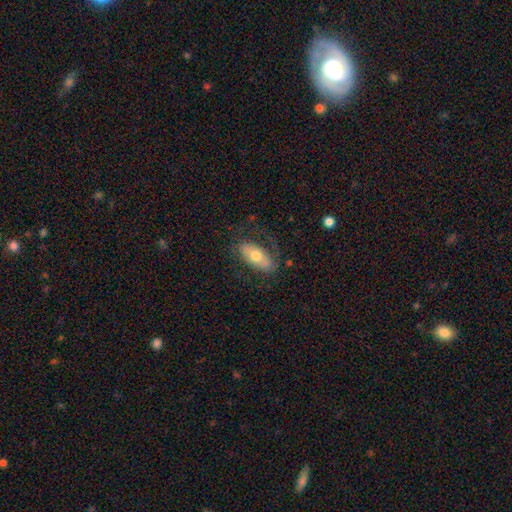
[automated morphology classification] A smooth galaxy with no disk features (57%) that is in between round and cigar-shaped (84%).

Vote fractions:
- Smooth or featured? smooth: 57% / featured or disk: 37% / star or artifact: 6%
- How rounded? in between: 84% / cigar-shaped: 12% / round: 3%
- Merging? none: 67% / minor disturbance: 20% / major disturbance: 11% / merger: 2%